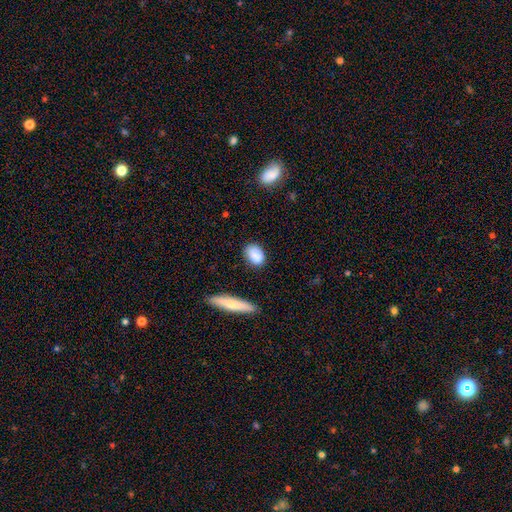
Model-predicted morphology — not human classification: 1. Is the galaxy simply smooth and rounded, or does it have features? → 86% smooth, 8% star or artifact, 7% featured or disk.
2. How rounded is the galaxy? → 81% in between, 16% round, 4% cigar-shaped.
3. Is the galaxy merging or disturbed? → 74% none, 19% minor disturbance, 4% major disturbance, 3% merger.